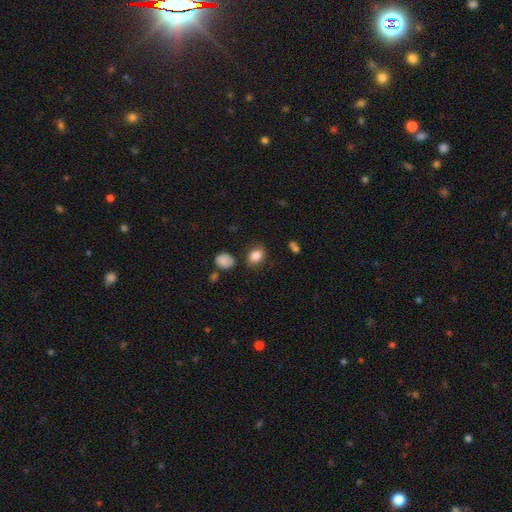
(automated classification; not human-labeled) This is clearly a smooth galaxy (84%). How rounded: likely in between (67%). Merging: likely none (79%).